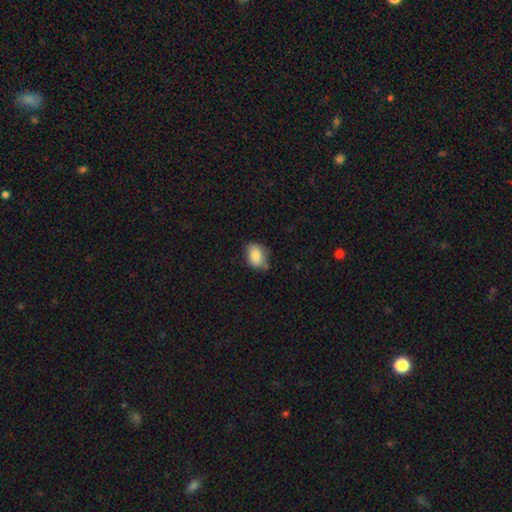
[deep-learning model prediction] smooth_or_featured: smooth (p=0.85) [alt: star or artifact p=0.08]
how_rounded: in between (p=0.78) [alt: round p=0.21]
merging: none (p=0.64) [alt: minor disturbance p=0.27]